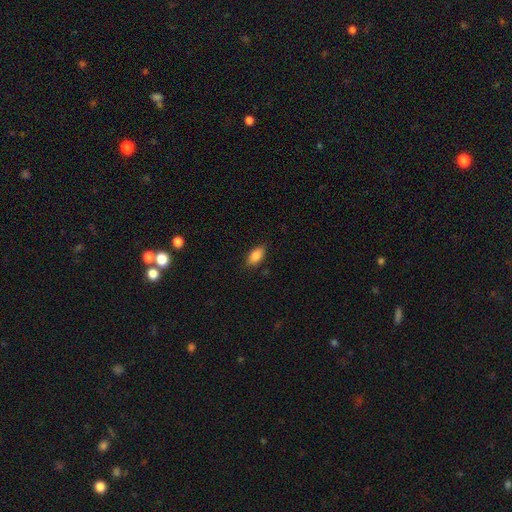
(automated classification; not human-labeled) The model was most divided on "merging": none: 81%, minor disturbance: 15%, major disturbance: 3%, merger: 1%. More confident: how rounded — in between (90%); smooth or featured — smooth (86%).